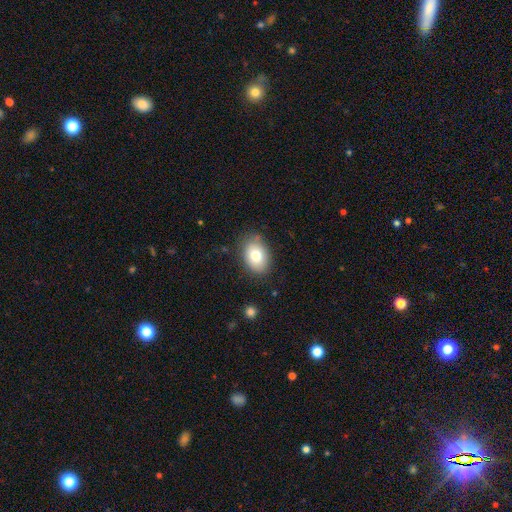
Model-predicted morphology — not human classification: This appears to be a smooth galaxy with no disk features (77%) that is in between round and cigar-shaped (80%). Merging: none (82%).